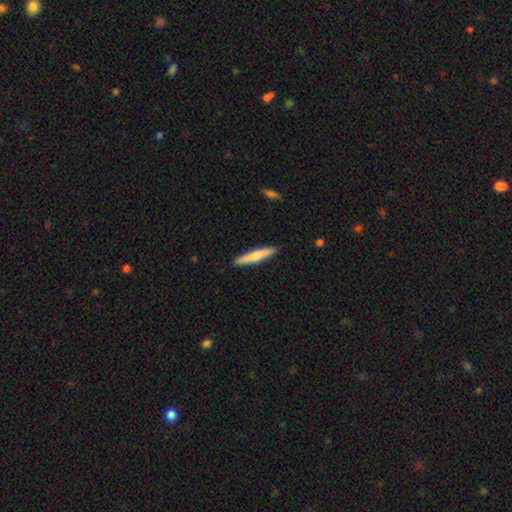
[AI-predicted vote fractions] A smooth galaxy with no disk features (69%) that is cigar-shaped (93%). Merging: none (90%).